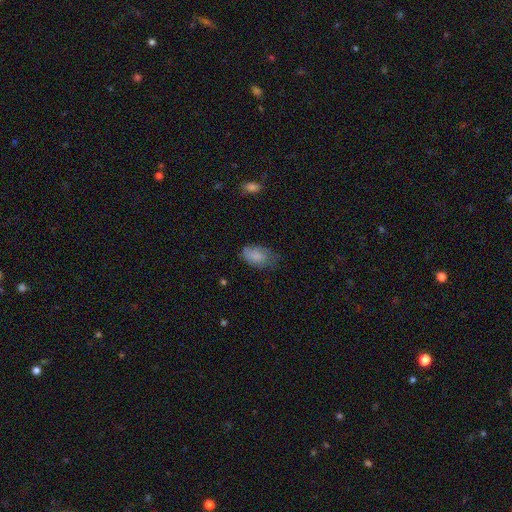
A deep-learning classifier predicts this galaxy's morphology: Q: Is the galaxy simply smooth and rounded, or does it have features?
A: smooth — 81%.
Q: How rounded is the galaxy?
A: in between — 91%.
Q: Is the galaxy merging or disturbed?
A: none — 52%.